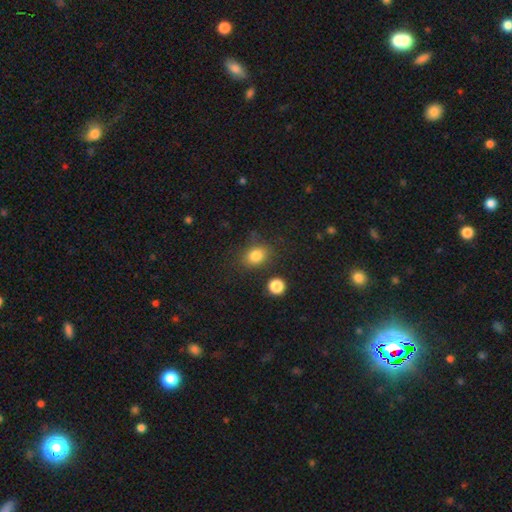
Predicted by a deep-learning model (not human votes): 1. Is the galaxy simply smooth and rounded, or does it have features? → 82% smooth, 11% star or artifact, 6% featured or disk.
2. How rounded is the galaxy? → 54% in between, 45% round, 1% cigar-shaped.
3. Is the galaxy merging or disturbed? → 74% none, 15% minor disturbance, 5% merger, 5% major disturbance.